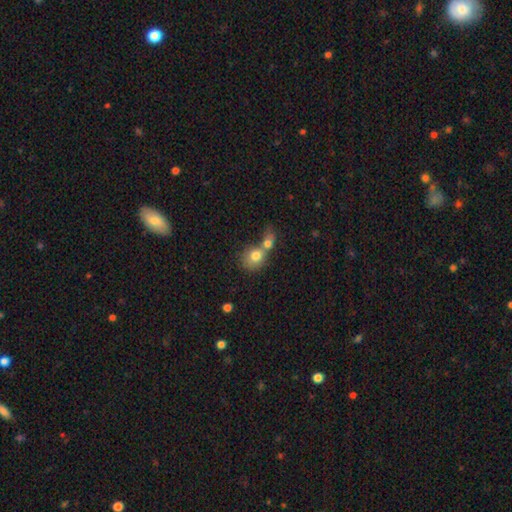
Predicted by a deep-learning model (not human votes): Overall: smooth (76%). How rounded: round (69%; in between 30%). Merging: merger (69%).